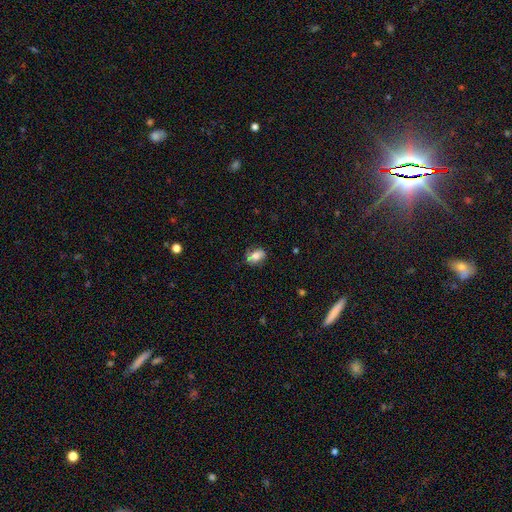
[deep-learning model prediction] smooth_or_featured: smooth (p=0.67) [alt: featured or disk p=0.23]
how_rounded: in between (p=0.71) [alt: round p=0.27]
merging: none (p=0.64) [alt: minor disturbance p=0.23]